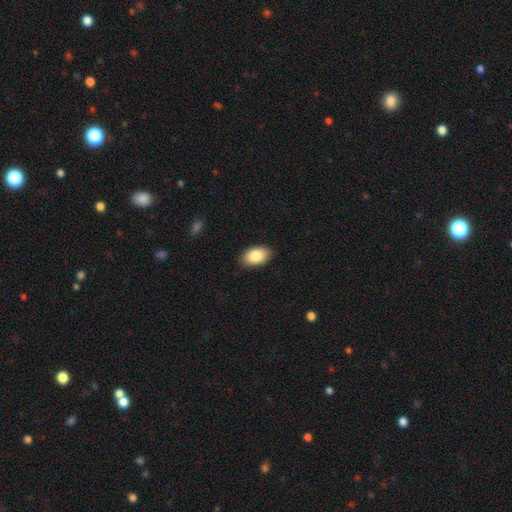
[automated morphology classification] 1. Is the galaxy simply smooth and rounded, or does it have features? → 86% smooth, 8% featured or disk, 7% star or artifact.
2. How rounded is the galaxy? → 93% in between, 6% round, 1% cigar-shaped.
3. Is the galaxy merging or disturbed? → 87% none, 10% minor disturbance, 2% major disturbance, 1% merger.